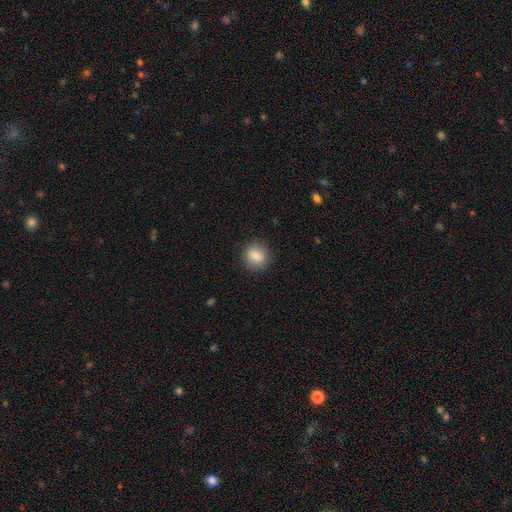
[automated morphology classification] Smooth or featured: smooth — 85% (star or artifact — 9%)
How rounded: round — 70% (in between — 28%)
Merging: none — 88% (minor disturbance — 8%)